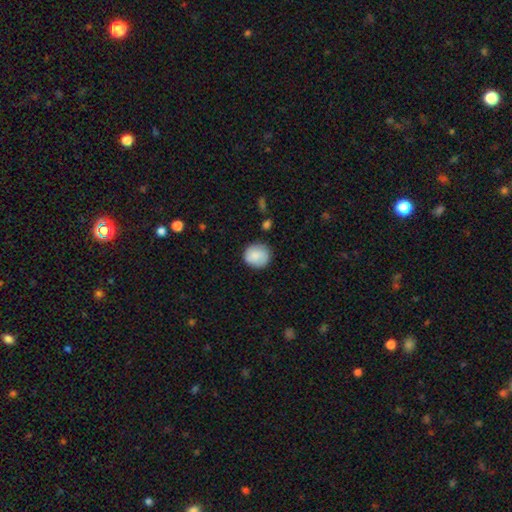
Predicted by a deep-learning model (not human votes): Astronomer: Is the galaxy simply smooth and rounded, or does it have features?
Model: smooth — 84%.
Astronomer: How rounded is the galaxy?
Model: round — 88%.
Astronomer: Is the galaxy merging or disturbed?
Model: none — 82%.